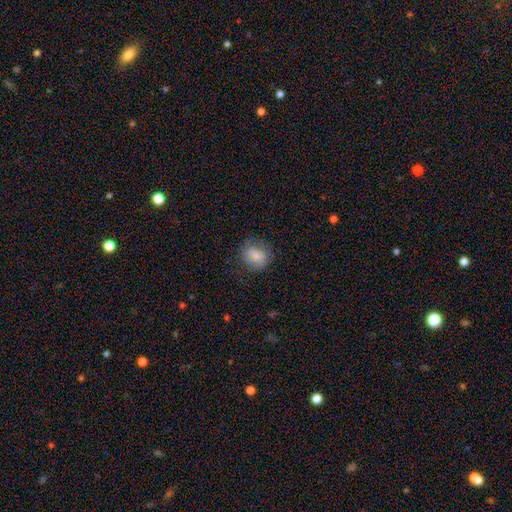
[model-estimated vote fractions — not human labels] smooth 79%, featured or disk 13%, star or artifact 8%. Down the decision tree: how rounded — round (65%); merging — none (72%).